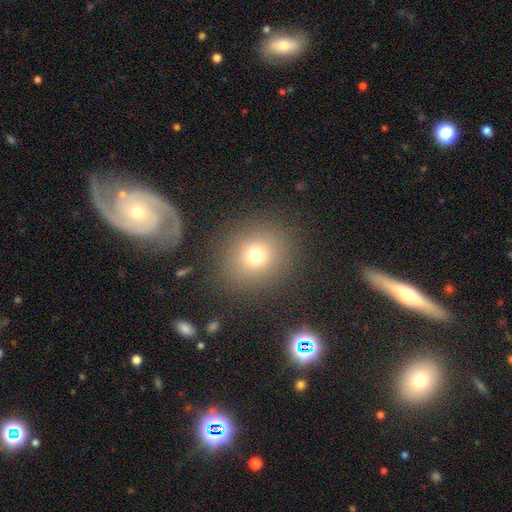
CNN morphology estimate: A smooth galaxy with no disk features (72%) that is round (84%).

Vote fractions:
- Smooth or featured? smooth: 72% / star or artifact: 16% / featured or disk: 12%
- How rounded? round: 84% / in between: 15% / cigar-shaped: 1%
- Merging? none: 85% / minor disturbance: 8% / major disturbance: 4% / merger: 3%